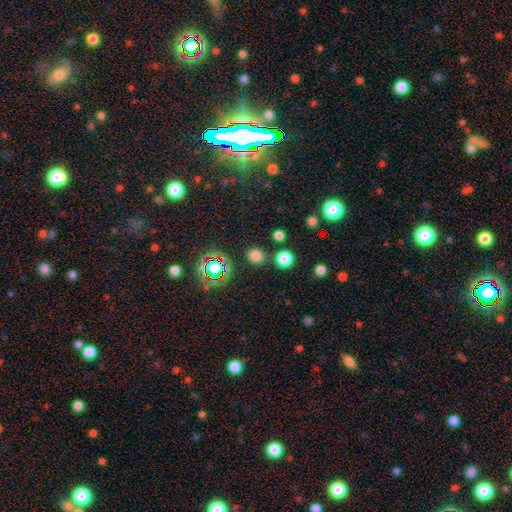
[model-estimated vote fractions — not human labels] A smooth galaxy with no disk features (74%) that is round (86%).

Vote fractions:
- Smooth or featured? smooth: 74% / star or artifact: 21% / featured or disk: 5%
- How rounded? round: 86% / in between: 13% / cigar-shaped: 1%
- Merging? none: 81% / minor disturbance: 8% / merger: 8% / major disturbance: 3%